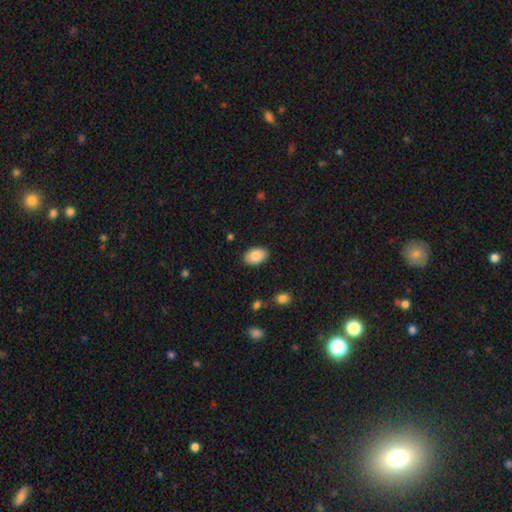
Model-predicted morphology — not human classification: Smooth or featured? Predicted: smooth (p=0.87). How rounded? Predicted: in between (p=0.89). Merging? Predicted: none (p=0.87).